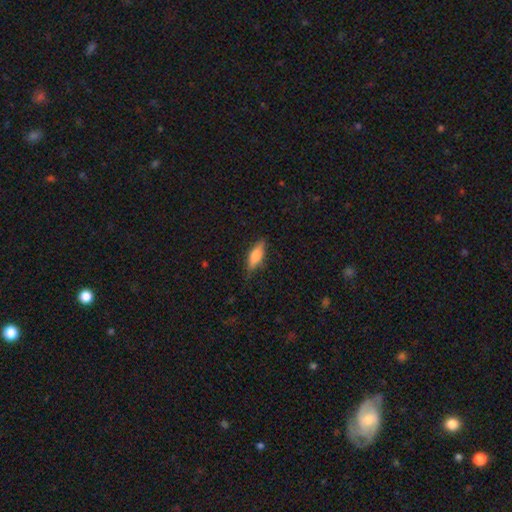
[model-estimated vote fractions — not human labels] Overall: smooth (68%). How rounded: in between (62%; cigar-shaped 36%). Merging: none (78%).